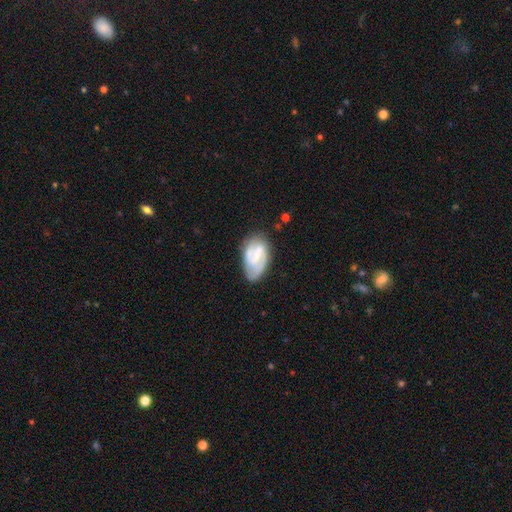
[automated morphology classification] Smooth or featured? Predicted: featured or disk (p=0.69). Edge-on disk? Predicted: no (p=0.97). Bar? Predicted: weak (p=0.49). Spiral arms? Predicted: yes (p=0.86). Spiral winding? Predicted: medium (p=0.43). Spiral arm count? Predicted: 2 (p=0.64). Bulge size? Predicted: small (p=0.48). Merging? Predicted: none (p=0.63).